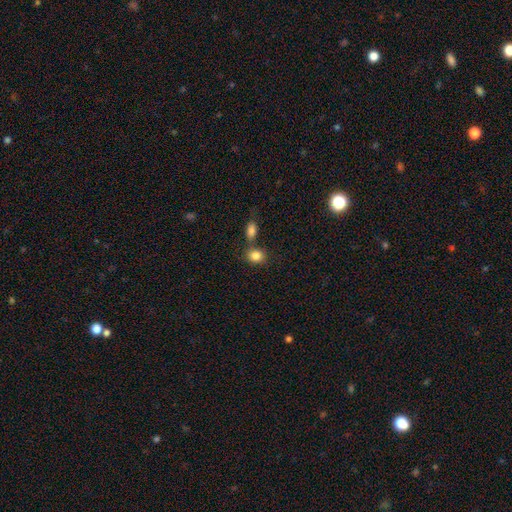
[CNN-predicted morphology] This is clearly a smooth galaxy (85%). How rounded: possibly round (52%). Merging: likely none (60%).